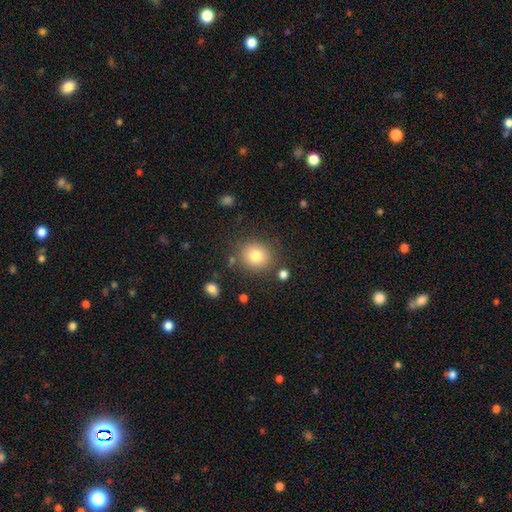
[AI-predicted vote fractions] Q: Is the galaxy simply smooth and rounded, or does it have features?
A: smooth — 79%.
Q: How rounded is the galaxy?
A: round — 80%.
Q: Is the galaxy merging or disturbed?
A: none — 82%.